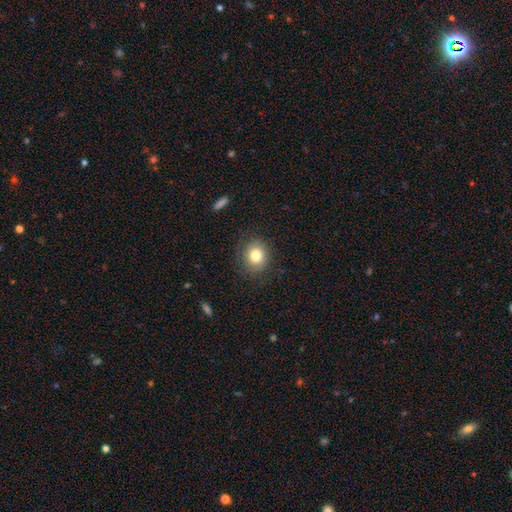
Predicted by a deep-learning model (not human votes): smooth 79%, featured or disk 11%, star or artifact 10%. Down the decision tree: how rounded — round (74%); merging — none (82%).